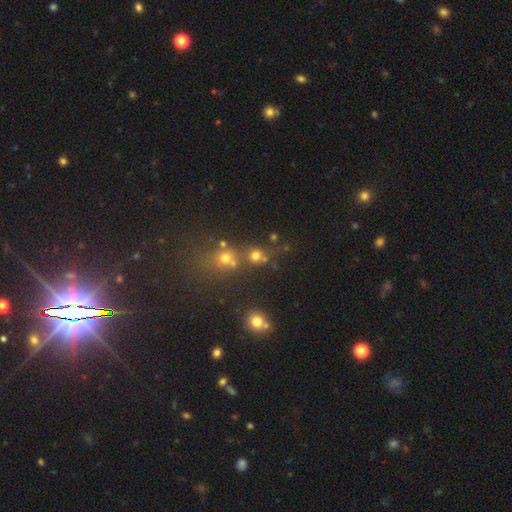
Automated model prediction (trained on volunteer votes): A smooth galaxy with no disk features (69%) that is round (87%).

Vote fractions:
- Smooth or featured? smooth: 69% / star or artifact: 22% / featured or disk: 10%
- How rounded? round: 87% / in between: 12% / cigar-shaped: 1%
- Merging? none: 60% / merger: 25% / minor disturbance: 10% / major disturbance: 5%